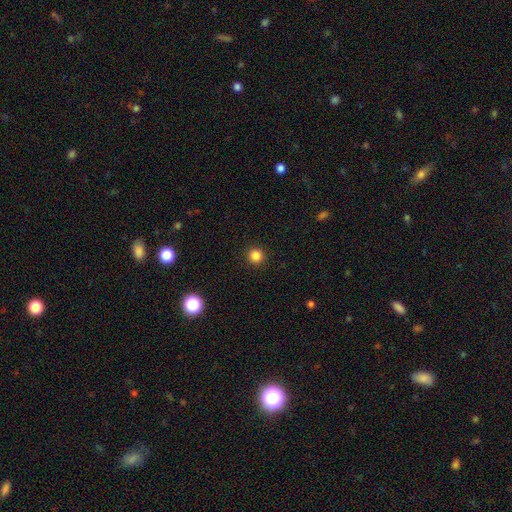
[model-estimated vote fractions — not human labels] smooth-or-featured: smooth: 84% | star or artifact: 12% | featured or disk: 3%
  how-rounded: round: 95% | in between: 4% | cigar-shaped: 1%
  merging: none: 93% | minor disturbance: 5% | major disturbance: 2% | merger: 1%